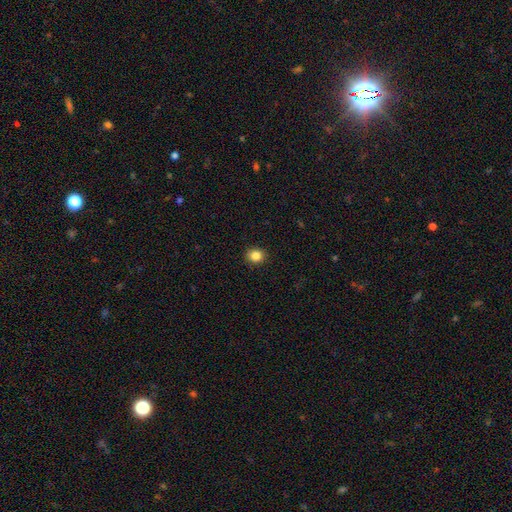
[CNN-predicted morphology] type=smooth (86%); roundness=round (76%); merging=none (91%).